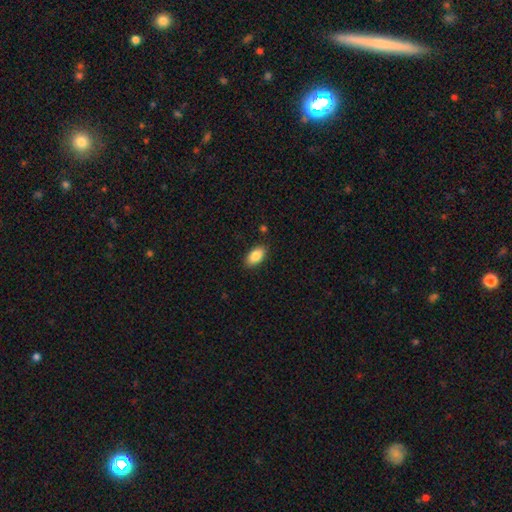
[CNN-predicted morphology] Smooth or featured? Predicted: smooth (p=0.86). How rounded? Predicted: in between (p=0.92). Merging? Predicted: none (p=0.86).